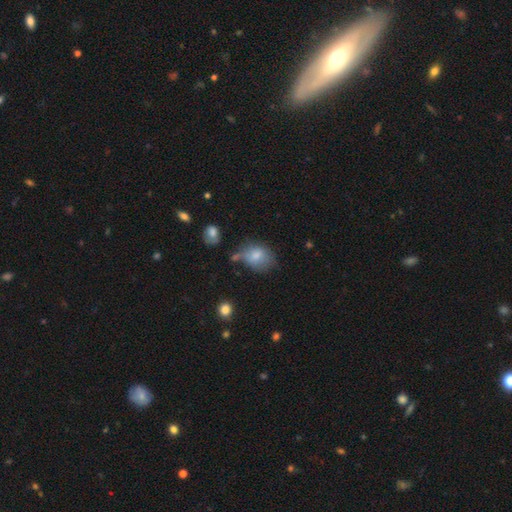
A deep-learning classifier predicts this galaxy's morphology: Q: Smooth or featured?
A: smooth (75%); runner-up: featured or disk (16%)
Q: How rounded?
A: in between (64%); runner-up: round (35%)
Q: Merging?
A: none (41%); runner-up: minor disturbance (31%)